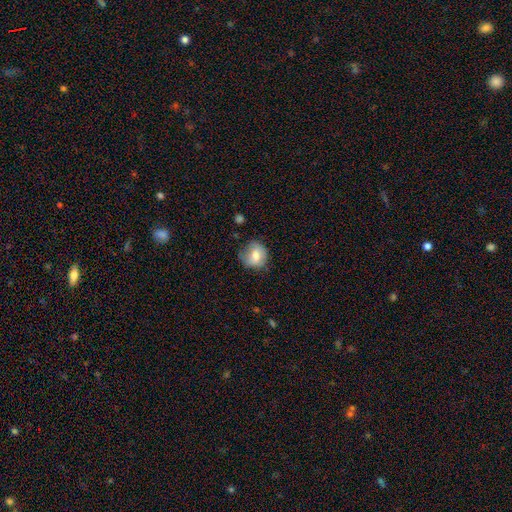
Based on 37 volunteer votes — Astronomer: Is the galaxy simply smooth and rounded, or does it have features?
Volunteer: smooth — 76%.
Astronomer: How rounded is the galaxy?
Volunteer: round — 71%.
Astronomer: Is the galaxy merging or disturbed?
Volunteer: none — 56% (runner-up: minor disturbance, 32%).